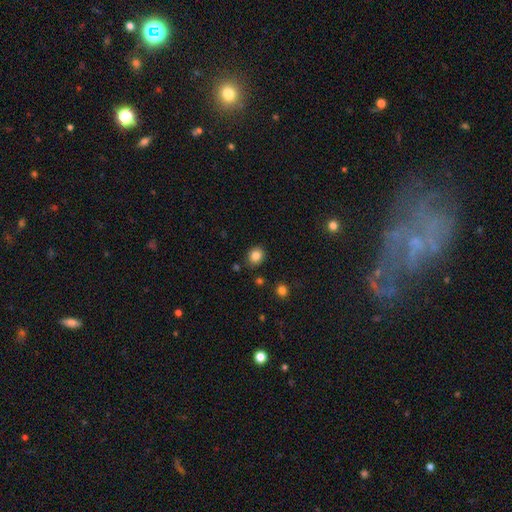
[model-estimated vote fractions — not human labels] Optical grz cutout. It shows a smooth galaxy with no disk features (84%) that is round (69%). Merging: none (87%).